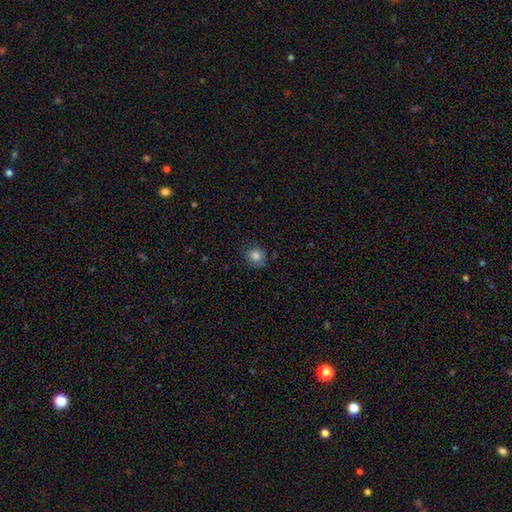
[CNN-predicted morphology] The model was most divided on "merging": none: 77%, minor disturbance: 18%, major disturbance: 4%, merger: 1%. More confident: smooth or featured — smooth (83%); how rounded — round (80%).